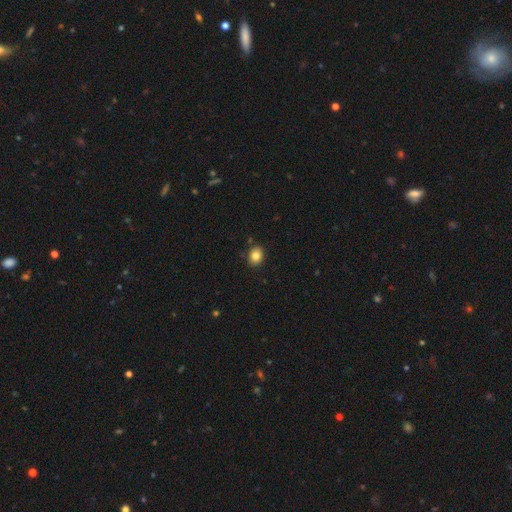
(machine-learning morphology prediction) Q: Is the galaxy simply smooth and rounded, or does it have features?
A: smooth — 83%.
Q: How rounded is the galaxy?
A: in between — 52%.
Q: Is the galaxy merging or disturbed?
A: none — 87%.